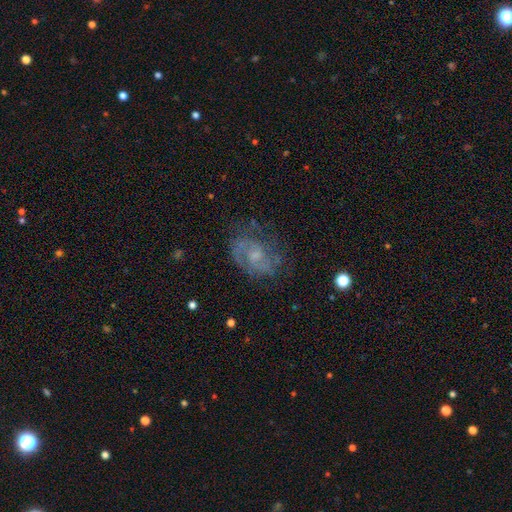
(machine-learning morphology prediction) This is likely a featured or disk galaxy (74%). It is clearly not viewed edge-on (97%). Bar: possibly no (59%). Spiral arm pattern: clearly yes (88%). Spiral arm count: likely 2 (66%). Spiral winding: possibly medium (48%). Central bulge: marginally small (43%). Merging: likely none (65%).